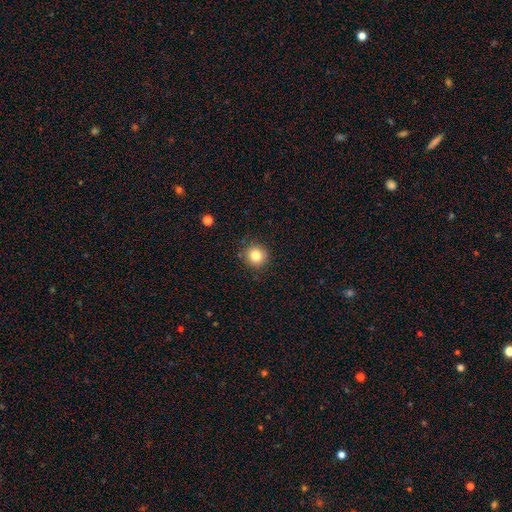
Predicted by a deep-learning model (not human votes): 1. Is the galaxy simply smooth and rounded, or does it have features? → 82% smooth, 11% star or artifact, 7% featured or disk.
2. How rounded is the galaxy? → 92% round, 7% in between, 1% cigar-shaped.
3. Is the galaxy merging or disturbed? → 88% none, 8% minor disturbance, 2% major disturbance, 2% merger.